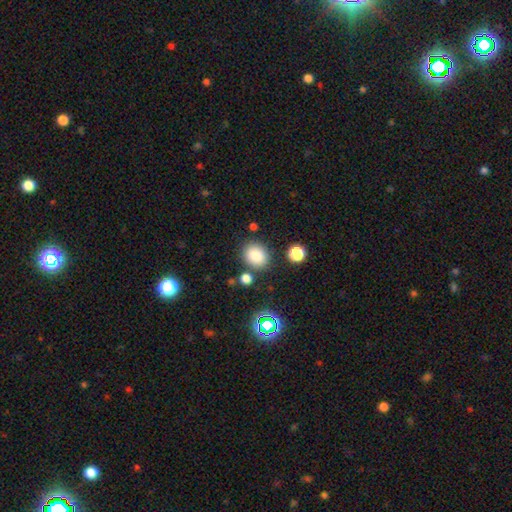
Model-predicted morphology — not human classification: Smooth or featured? smooth (83%)
How rounded? round (66%)
Merging? none (80%)